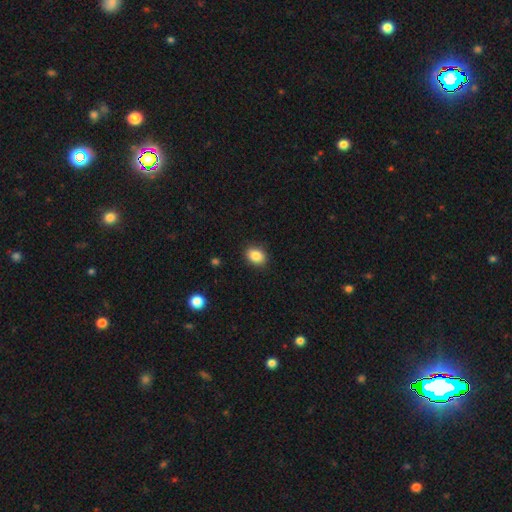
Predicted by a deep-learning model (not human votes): Smooth or featured? smooth (87%)
How rounded? in between (64%)
Merging? none (89%)